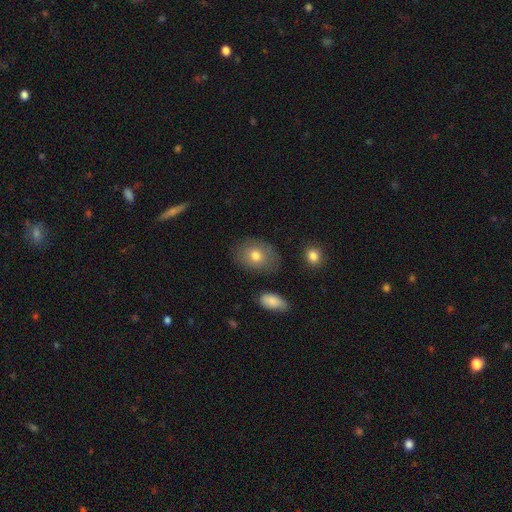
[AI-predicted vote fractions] A smooth galaxy with no disk features (74%) that is in between round and cigar-shaped (71%). Merging: none (78%).